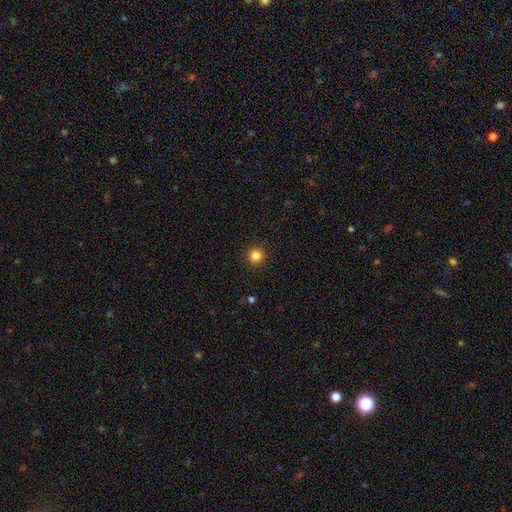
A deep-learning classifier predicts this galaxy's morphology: A smooth galaxy with no disk features (84%) that is round (95%). Merging: none (93%).